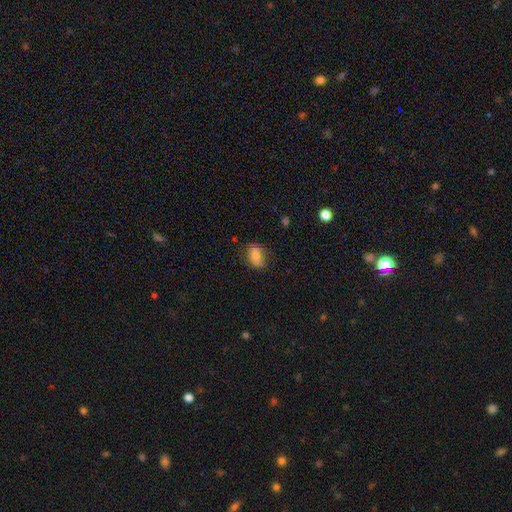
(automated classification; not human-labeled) Morphology: type=smooth (77%); roundness=in between (81%); merging=none (72%).